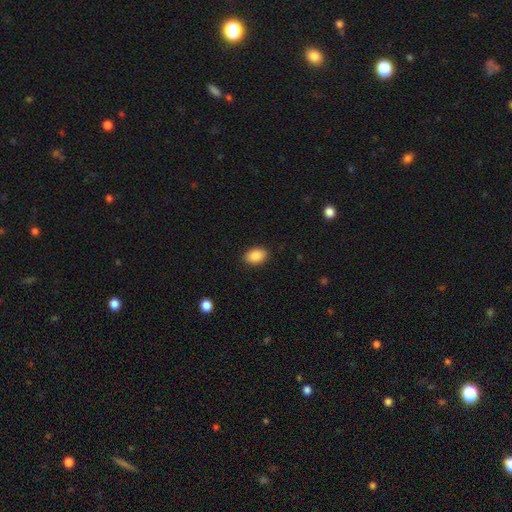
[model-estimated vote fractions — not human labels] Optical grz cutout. It shows a smooth galaxy with no disk features (89%) that is in between round and cigar-shaped (84%). Merging: none (89%).